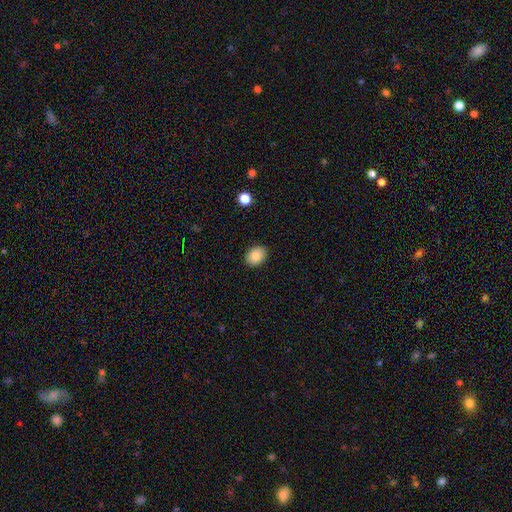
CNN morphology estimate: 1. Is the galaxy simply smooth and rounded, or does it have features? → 84% smooth, 8% star or artifact, 8% featured or disk.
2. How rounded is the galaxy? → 63% in between, 36% round, 1% cigar-shaped.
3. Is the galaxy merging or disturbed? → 89% none, 8% minor disturbance, 2% major disturbance, 1% merger.